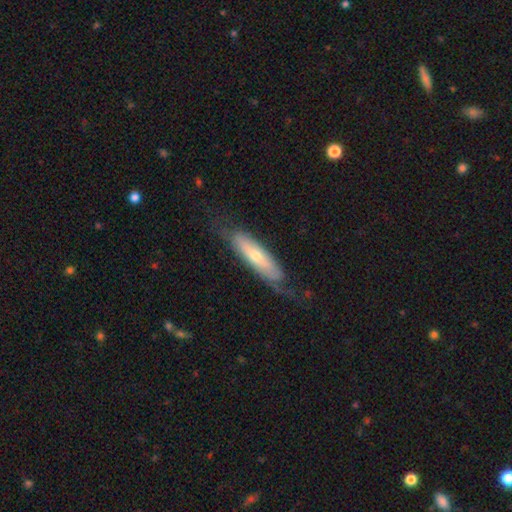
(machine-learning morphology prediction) Smooth or featured? featured or disk (54%)
Edge-on disk? no (56%)
Merging? none (64%)